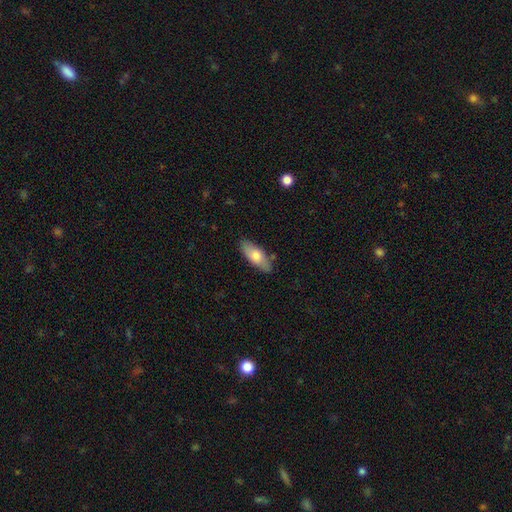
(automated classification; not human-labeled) Smooth or featured: smooth — 70% (featured or disk — 24%)
How rounded: in between — 76% (cigar-shaped — 22%)
Merging: none — 81% (minor disturbance — 14%)